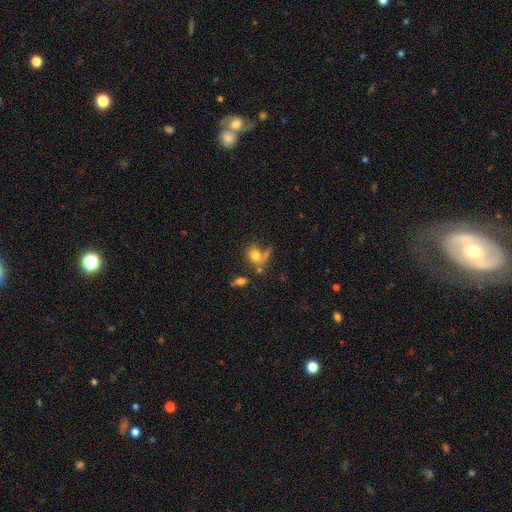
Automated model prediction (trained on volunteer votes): A smooth galaxy with no disk features (71%) that is round (58%).

Vote fractions:
- Smooth or featured? smooth: 71% / featured or disk: 18% / star or artifact: 10%
- How rounded? round: 58% / in between: 39% / cigar-shaped: 2%
- Merging? none: 40% / merger: 22% / major disturbance: 22% / minor disturbance: 16%